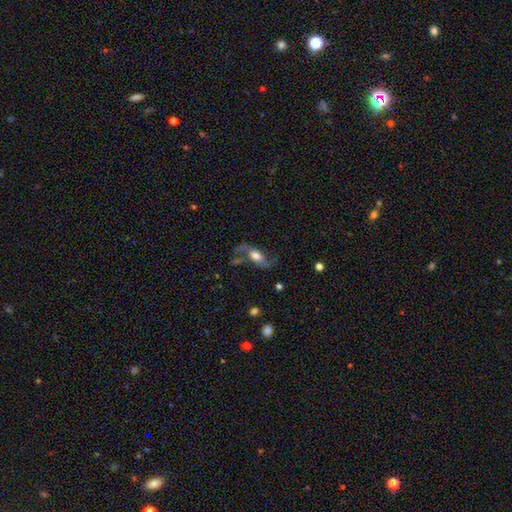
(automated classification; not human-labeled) Q: Smooth or featured?
A: featured or disk (58%); runner-up: smooth (35%)
Q: Edge-on disk?
A: no (87%); runner-up: yes (13%)
Q: Bar?
A: no (55%); runner-up: weak (31%)
Q: Spiral arms?
A: yes (77%); runner-up: no (23%)
Q: Bulge size?
A: moderate (50%); runner-up: large (33%)
Q: Merging?
A: none (44%); runner-up: major disturbance (26%)